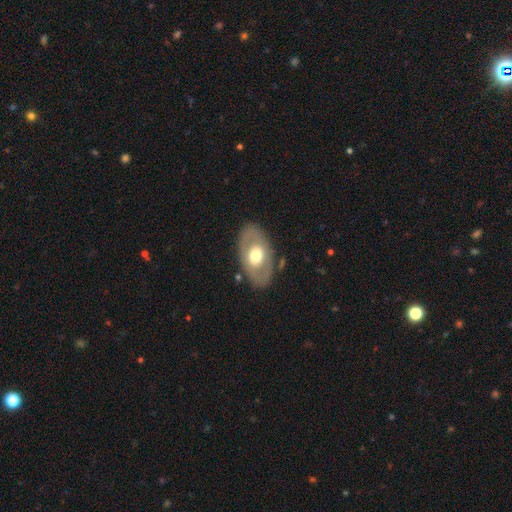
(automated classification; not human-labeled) This is possibly a featured or disk galaxy (47%, tied with smooth). Merging: clearly none (82%).